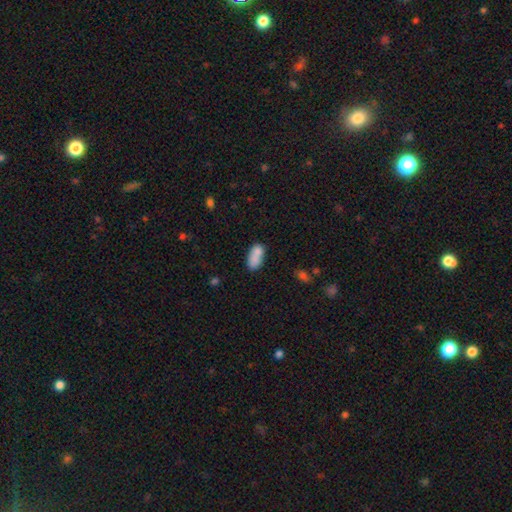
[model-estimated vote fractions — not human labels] smooth 79%, featured or disk 13%, star or artifact 8%. Down the decision tree: how rounded — in between (88%); merging — none (41%).